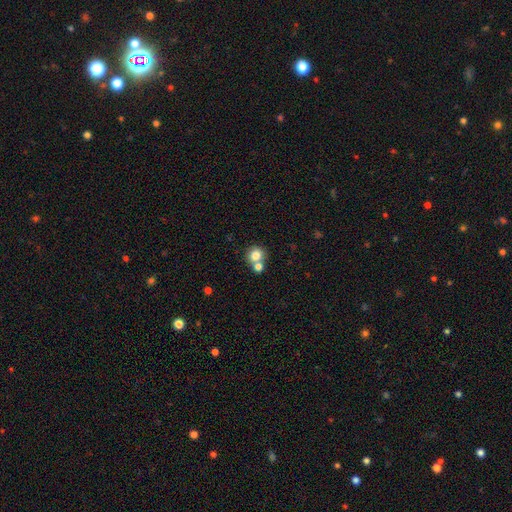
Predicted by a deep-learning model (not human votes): smooth 79%, featured or disk 11%, star or artifact 10%. Down the decision tree: how rounded — round (87%); merging — none (47%).